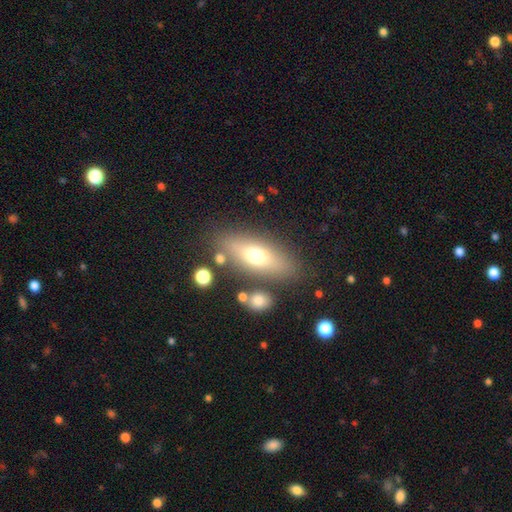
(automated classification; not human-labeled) The model was most divided on "smooth or featured": smooth: 60%, featured or disk: 30%, star or artifact: 9%. More confident: merging — none (77%); how rounded — in between (65%).